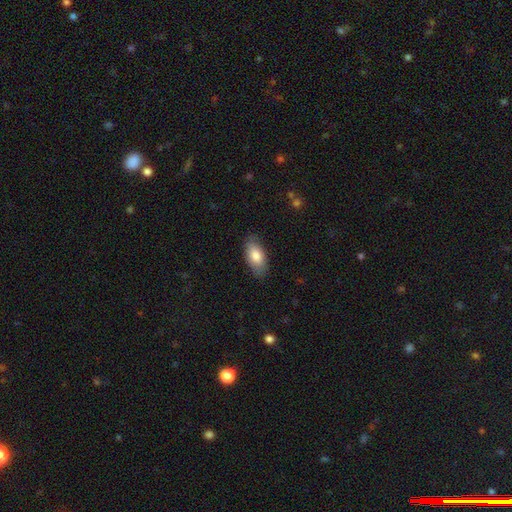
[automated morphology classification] Smooth or featured?
  - smooth: 81% *
  - featured or disk: 13%
  - star or artifact: 6%
How rounded?
  - in between: 92% *
  - cigar-shaped: 5%
  - round: 3%
Merging?
  - none: 82% *
  - minor disturbance: 14%
  - major disturbance: 3%
  - merger: 1%